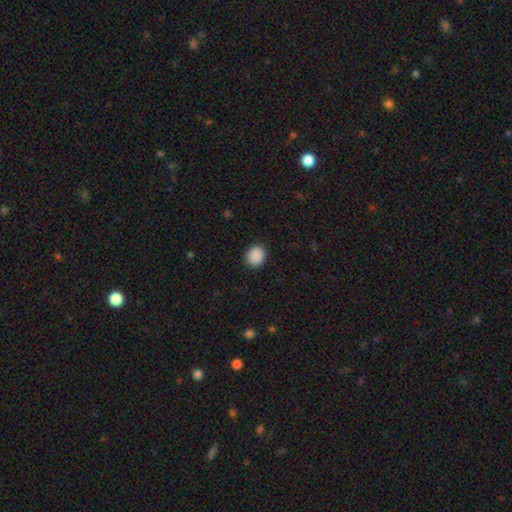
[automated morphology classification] smooth 90%, star or artifact 8%, featured or disk 2%. Down the decision tree: how rounded — round (76%); merging — none (90%).